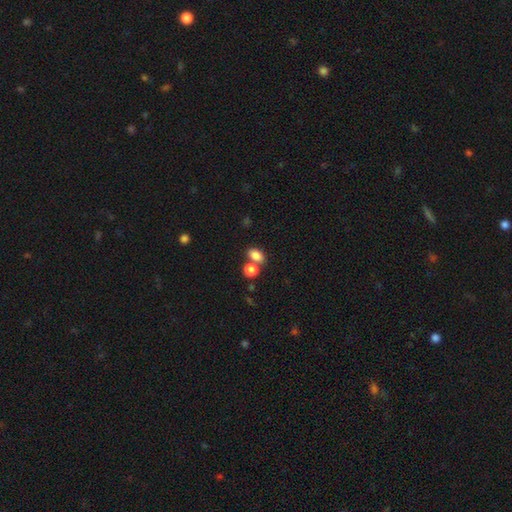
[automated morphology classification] Smooth or featured? Predicted: smooth (p=0.83). How rounded? Predicted: in between (p=0.78). Merging? Predicted: none (p=0.53).